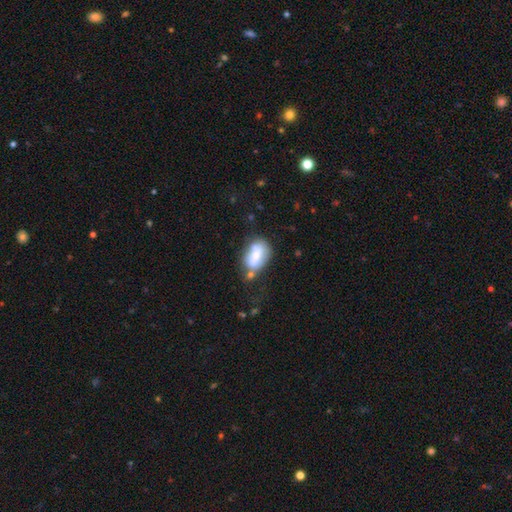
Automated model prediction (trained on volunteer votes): A smooth galaxy with no disk features (52%) that is in between round and cigar-shaped (82%).

Vote fractions:
- Smooth or featured? smooth: 52% / featured or disk: 39% / star or artifact: 8%
- How rounded? in between: 82% / round: 15% / cigar-shaped: 3%
- Merging? none: 39% / merger: 30% / minor disturbance: 21% / major disturbance: 11%